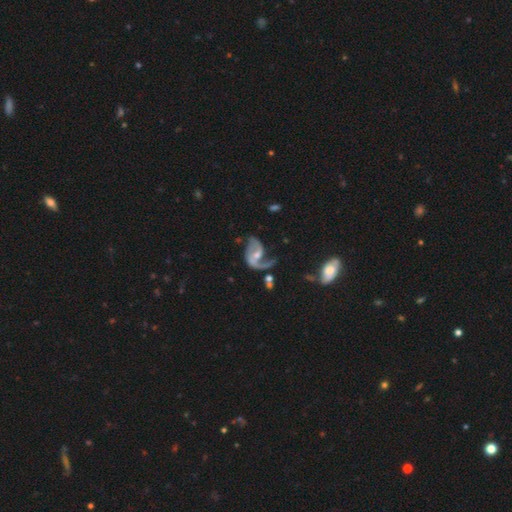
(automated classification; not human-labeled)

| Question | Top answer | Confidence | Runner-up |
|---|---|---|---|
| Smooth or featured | featured or disk | 83% | smooth (11%) |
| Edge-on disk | no | 98% | yes (2%) |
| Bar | weak | 44% | no (39%) |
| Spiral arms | yes | 91% | no (9%) |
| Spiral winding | loose | 53% | medium (37%) |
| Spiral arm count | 2 | 65% | 1 (28%) |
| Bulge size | moderate | 47% | small (43%) |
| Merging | none | 36% | major disturbance (34%) |